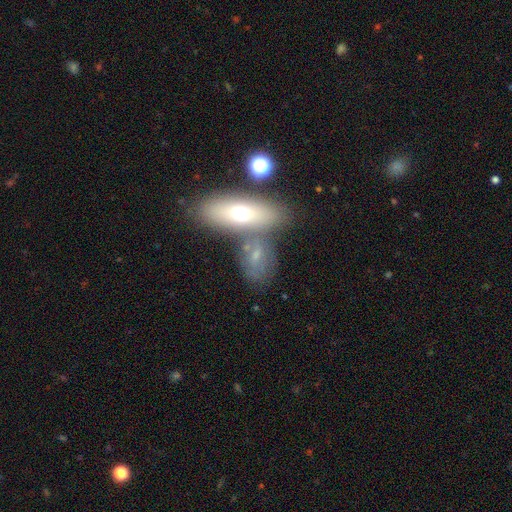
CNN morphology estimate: Smooth or featured: smooth — 55% (featured or disk — 33%)
How rounded: in between — 73% (cigar-shaped — 14%)
Merging: none — 50% (merger — 27%)